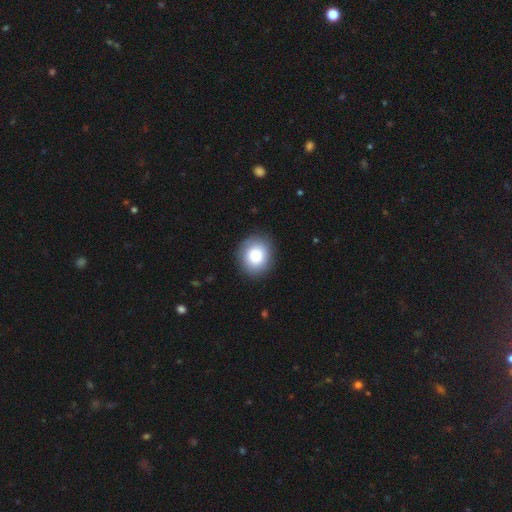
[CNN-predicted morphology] smooth_or_featured: smooth (p=0.83) [alt: featured or disk p=0.09]
how_rounded: round (p=0.76) [alt: in between p=0.23]
merging: none (p=0.87) [alt: minor disturbance p=0.09]